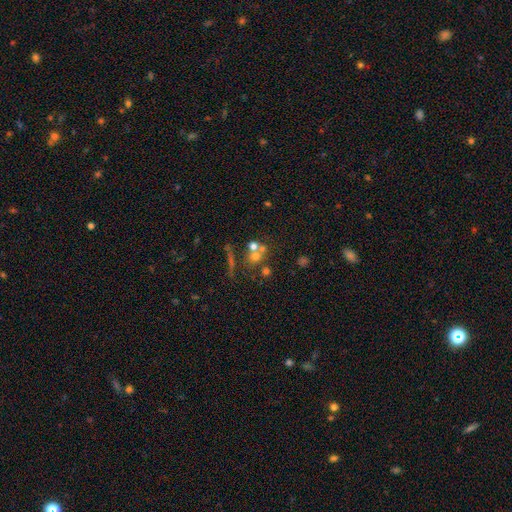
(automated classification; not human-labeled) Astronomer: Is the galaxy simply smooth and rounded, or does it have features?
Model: smooth — 46% (runner-up: featured or disk, 27%).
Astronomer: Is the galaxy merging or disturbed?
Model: none — 43%, tied with merger at 43%.